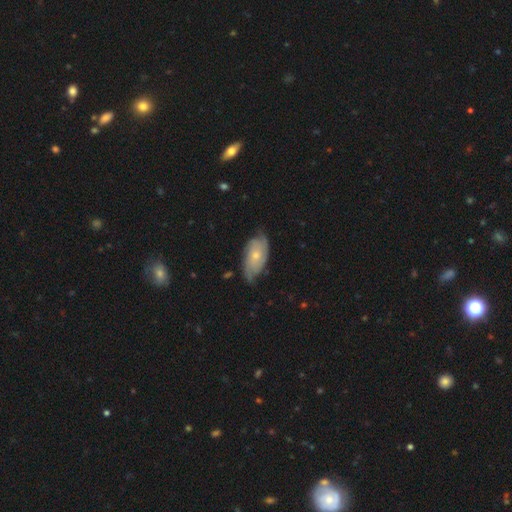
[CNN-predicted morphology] featured or disk 63%, smooth 31%, star or artifact 6%. Down the decision tree: edge-on disk — no (92%); bar — no (81%); spiral arms — yes (86%); spiral arm count — 2 (43%); spiral winding — tight (51%); bulge size — small (57%); merging — none (64%).